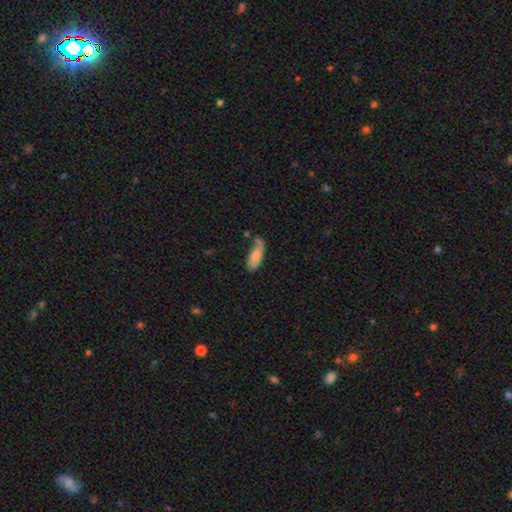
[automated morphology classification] Smooth or featured: smooth — 72% (featured or disk — 22%)
How rounded: in between — 76% (cigar-shaped — 22%)
Merging: none — 41% (minor disturbance — 30%)